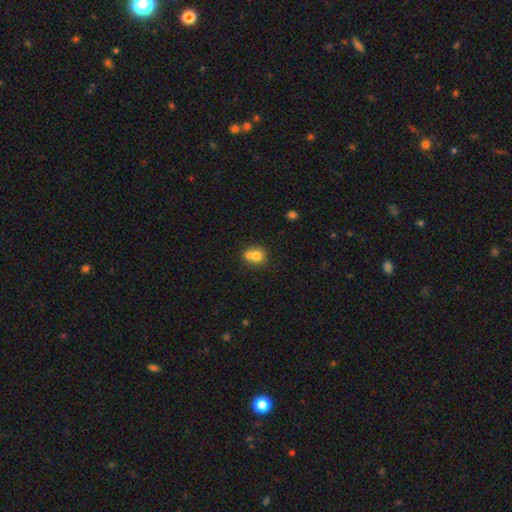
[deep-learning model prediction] The model was most divided on "merging": merger: 49%, none: 35%, minor disturbance: 12%, major disturbance: 4%. More confident: smooth or featured — smooth (74%); how rounded — round (69%).